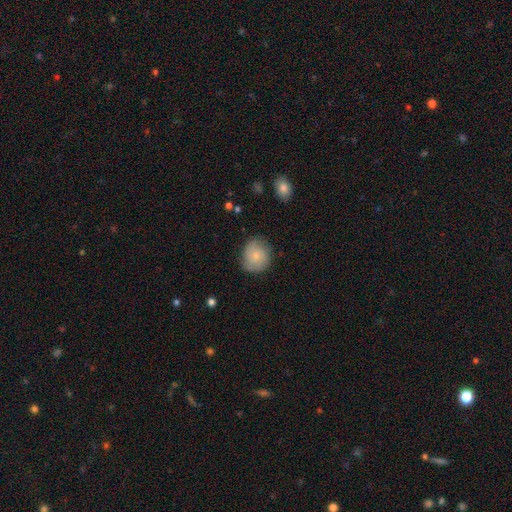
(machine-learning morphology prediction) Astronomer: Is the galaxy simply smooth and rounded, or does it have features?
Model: smooth — 66%.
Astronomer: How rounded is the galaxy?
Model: round — 79%.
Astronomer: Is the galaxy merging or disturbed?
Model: none — 73%.